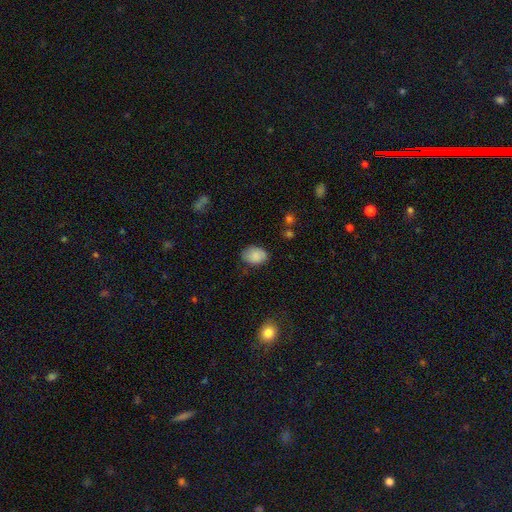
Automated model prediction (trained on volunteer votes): Morphology: type=smooth (85%); roundness=in between (72%); merging=none (73%).